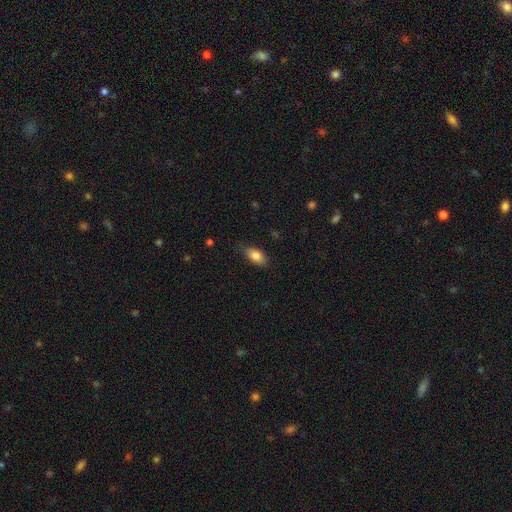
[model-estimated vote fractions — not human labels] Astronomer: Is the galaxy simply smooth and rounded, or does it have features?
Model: smooth — 83%.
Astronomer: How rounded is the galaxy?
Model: in between — 91%.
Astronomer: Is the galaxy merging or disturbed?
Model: none — 82%.